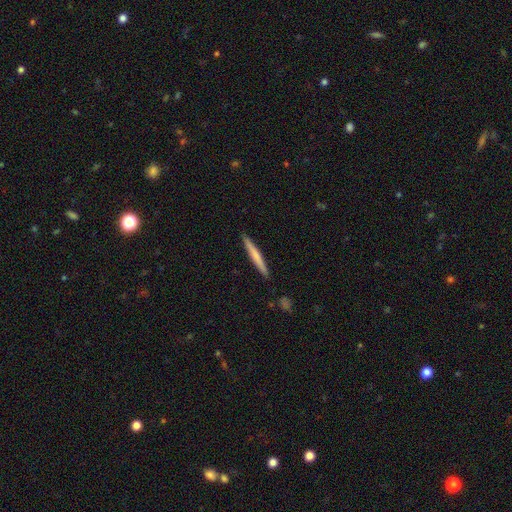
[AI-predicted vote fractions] A smooth galaxy with no disk features (61%) that is cigar-shaped (96%).

Vote fractions:
- Smooth or featured? smooth: 61% / featured or disk: 33% / star or artifact: 5%
- How rounded? cigar-shaped: 96% / in between: 3% / round: 1%
- Merging? none: 91% / minor disturbance: 7% / major disturbance: 1% / merger: 1%